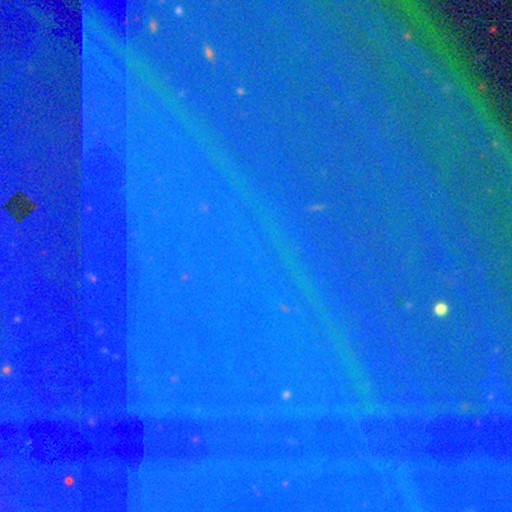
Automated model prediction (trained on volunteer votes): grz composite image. It shows a star or artifact, not a galaxy (84%).